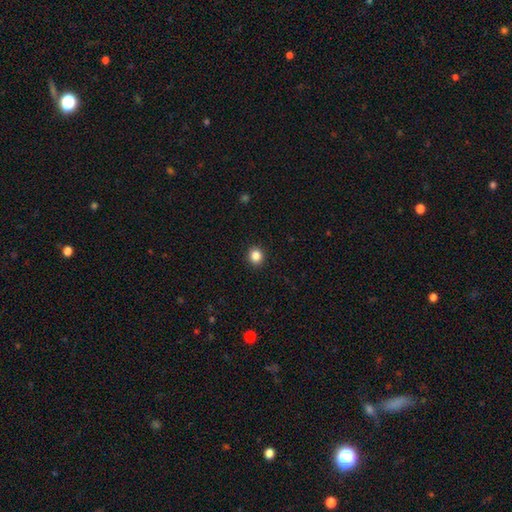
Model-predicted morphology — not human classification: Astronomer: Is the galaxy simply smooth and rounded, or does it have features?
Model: smooth — 85%.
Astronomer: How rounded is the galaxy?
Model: round — 86%.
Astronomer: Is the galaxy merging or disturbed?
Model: none — 93%.